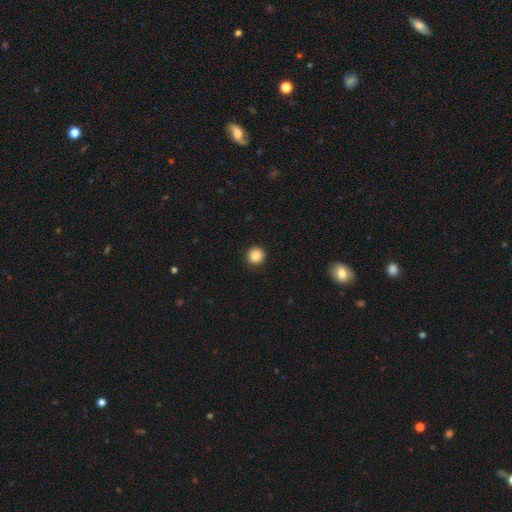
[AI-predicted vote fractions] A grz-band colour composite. It shows a smooth galaxy with no disk features (87%) that is round (95%). Merging: none (92%).